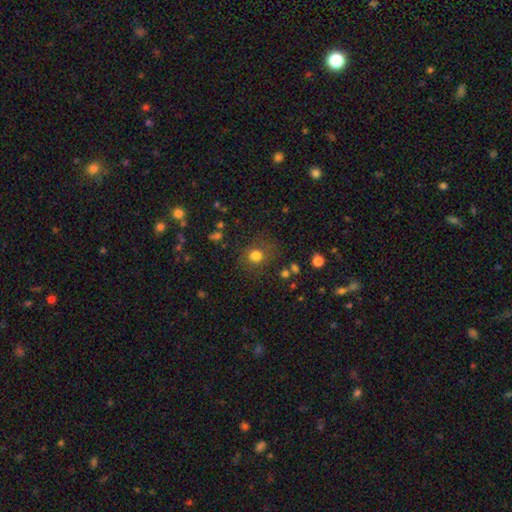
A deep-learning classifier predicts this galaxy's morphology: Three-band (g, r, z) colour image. It shows a smooth galaxy with no disk features (78%) that is round (77%). Merging: none (75%).